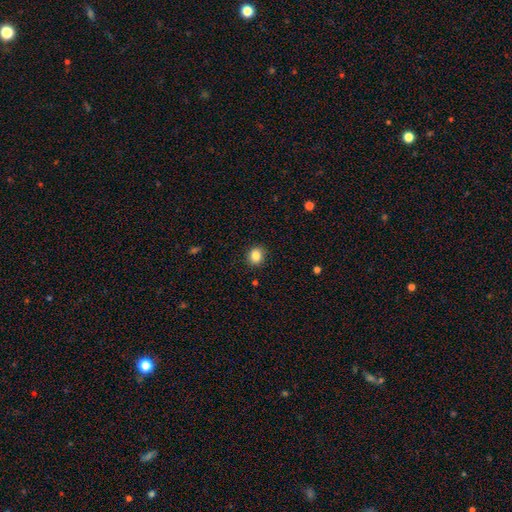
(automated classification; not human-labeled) This is clearly a smooth galaxy (85%). How rounded: likely round (75%). Merging: clearly none (90%).